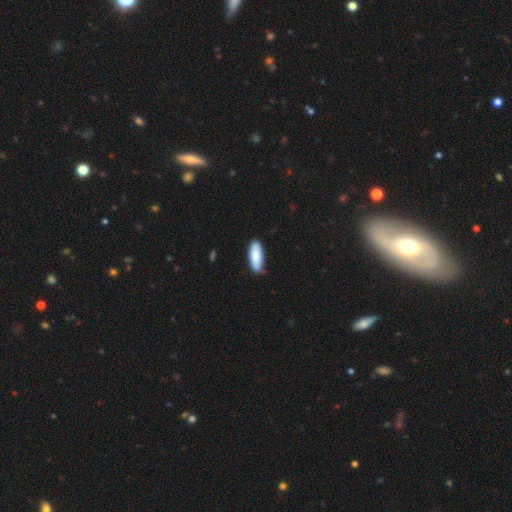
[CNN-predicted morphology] Smooth or featured? smooth (86%)
How rounded? in between (64%)
Merging? none (84%)